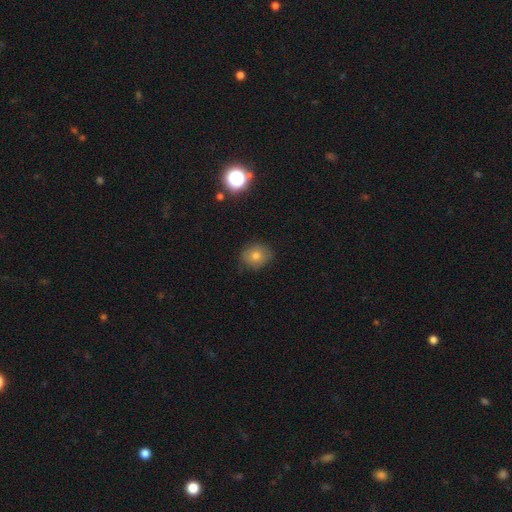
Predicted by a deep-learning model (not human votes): smooth-or-featured: smooth: 72% | star or artifact: 15% | featured or disk: 13%
  how-rounded: round: 67% | in between: 32% | cigar-shaped: 1%
  merging: none: 83% | minor disturbance: 13% | major disturbance: 3% | merger: 1%